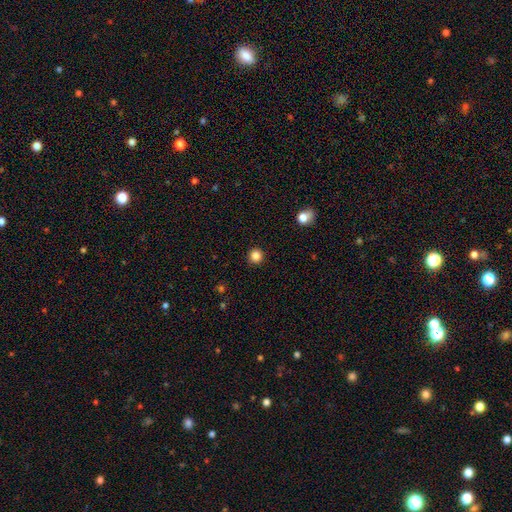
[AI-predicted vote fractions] Smooth or featured? smooth (85%)
How rounded? round (95%)
Merging? none (93%)